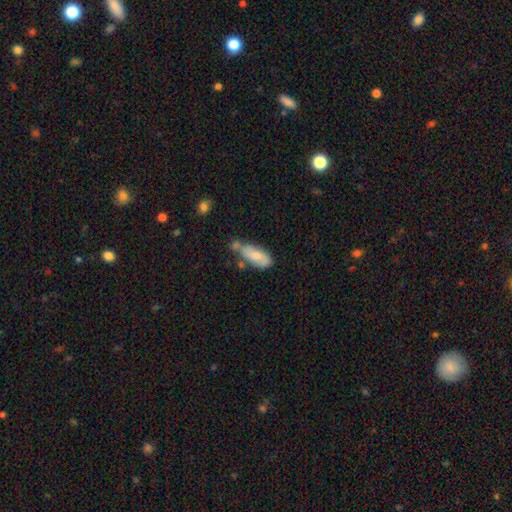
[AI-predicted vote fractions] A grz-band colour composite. It shows a smooth galaxy with no disk features (63%) that is in between round and cigar-shaped (79%). Merging: none (40%).